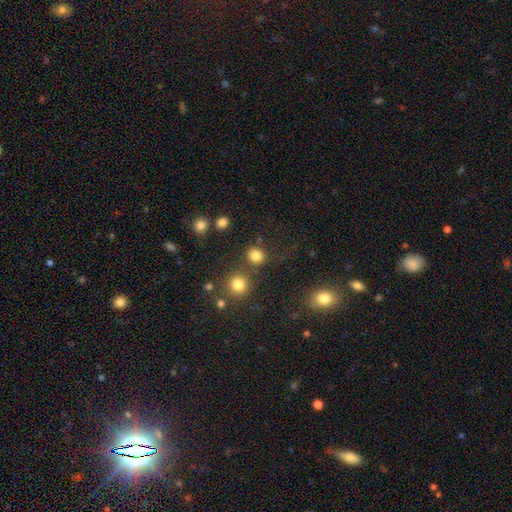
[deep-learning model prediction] Smooth or featured? Predicted: smooth (p=0.82). How rounded? Predicted: round (p=0.86). Merging? Predicted: none (p=0.79).